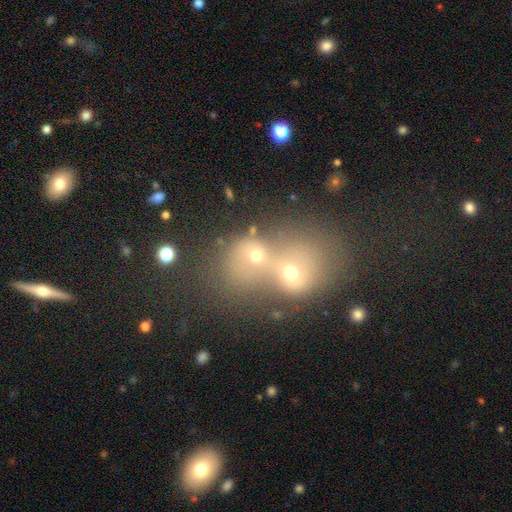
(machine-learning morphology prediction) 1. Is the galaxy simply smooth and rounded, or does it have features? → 49% smooth, 31% star or artifact, 21% featured or disk.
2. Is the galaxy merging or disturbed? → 61% merger, 28% none, 6% minor disturbance, 4% major disturbance.